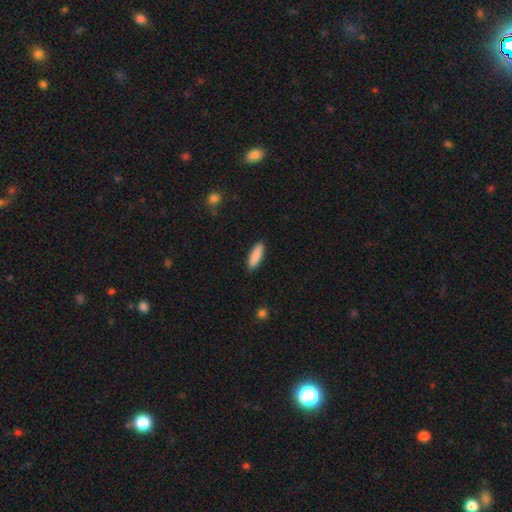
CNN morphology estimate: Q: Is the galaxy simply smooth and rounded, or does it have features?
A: smooth — 89%.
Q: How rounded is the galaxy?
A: cigar-shaped — 52%.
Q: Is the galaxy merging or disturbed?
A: none — 89%.